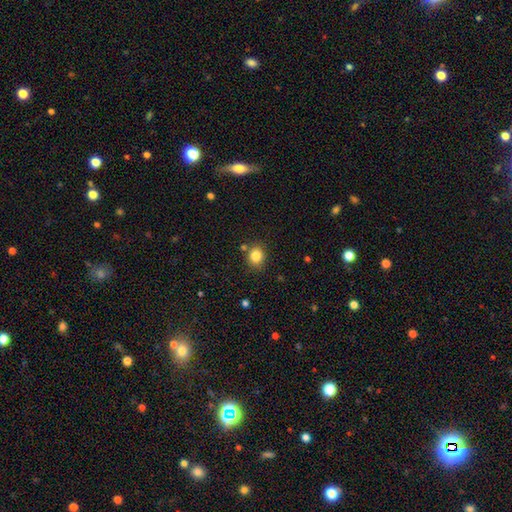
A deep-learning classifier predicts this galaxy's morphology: A smooth galaxy with no disk features (83%) that is round (69%).

Vote fractions:
- Smooth or featured? smooth: 83% / star or artifact: 11% / featured or disk: 6%
- How rounded? round: 69% / in between: 30% / cigar-shaped: 1%
- Merging? none: 80% / minor disturbance: 11% / merger: 7% / major disturbance: 3%